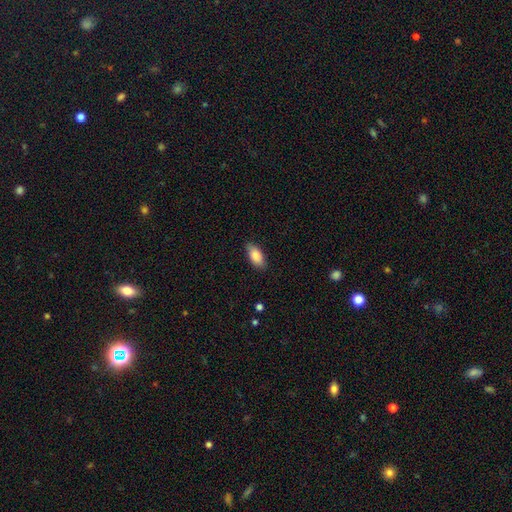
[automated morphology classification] The model was most divided on "merging": none: 85%, minor disturbance: 12%, major disturbance: 2%, merger: 1%. More confident: how rounded — in between (90%); smooth or featured — smooth (86%).